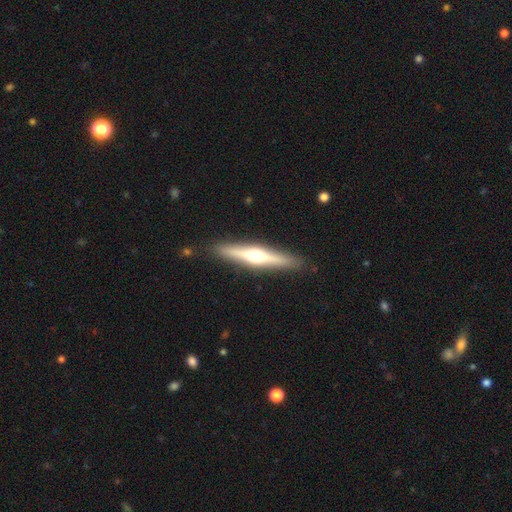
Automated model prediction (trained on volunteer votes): A featured or disk galaxy (64%) viewed edge-on (96%) with a rounded central bulge (91%).

Vote fractions:
- Smooth or featured? featured or disk: 64% / smooth: 31% / star or artifact: 5%
- Edge-on disk? yes: 96% / no: 4%
- Edge-on bulge? rounded: 91% / none: 5% / boxy: 4%
- Merging? none: 90% / minor disturbance: 7% / major disturbance: 2% / merger: 1%